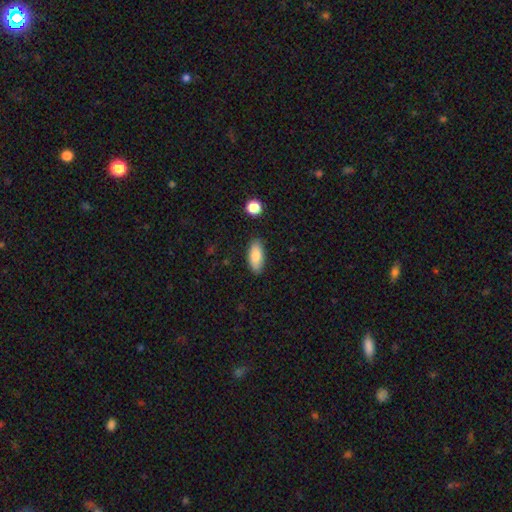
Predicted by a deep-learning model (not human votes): Smooth or featured? smooth (83%)
How rounded? in between (84%)
Merging? none (85%)